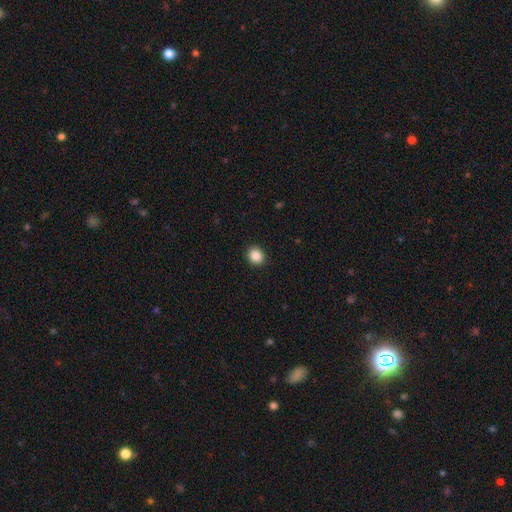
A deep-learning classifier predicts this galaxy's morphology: smooth-or-featured: smooth: 87% | star or artifact: 9% | featured or disk: 4%
  how-rounded: round: 75% | in between: 24% | cigar-shaped: 1%
  merging: none: 92% | minor disturbance: 5% | major disturbance: 2% | merger: 1%